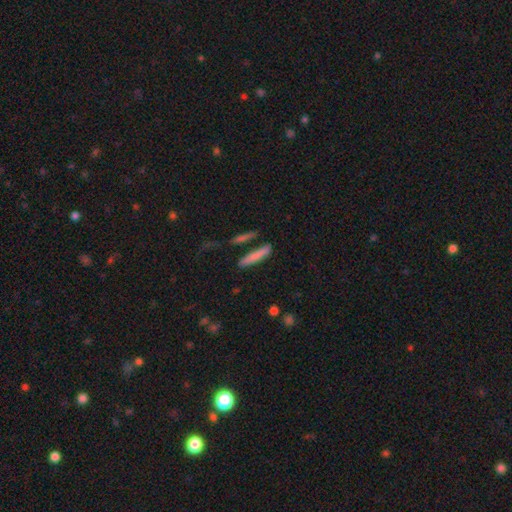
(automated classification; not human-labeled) Smooth or featured?
  - smooth: 73% *
  - featured or disk: 20%
  - star or artifact: 7%
How rounded?
  - cigar-shaped: 90% *
  - in between: 8%
  - round: 2%
Merging?
  - none: 75% *
  - minor disturbance: 13%
  - merger: 8%
  - major disturbance: 4%